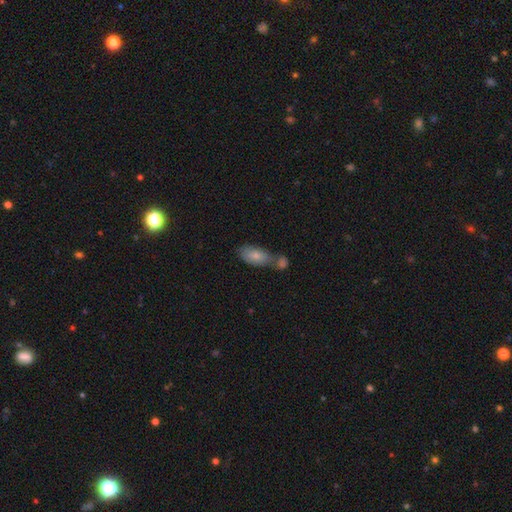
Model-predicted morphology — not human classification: A smooth galaxy with no disk features (79%) that is in between round and cigar-shaped (90%).

Vote fractions:
- Smooth or featured? smooth: 79% / featured or disk: 15% / star or artifact: 6%
- How rounded? in between: 90% / cigar-shaped: 6% / round: 4%
- Merging? none: 41% / merger: 39% / minor disturbance: 15% / major disturbance: 5%